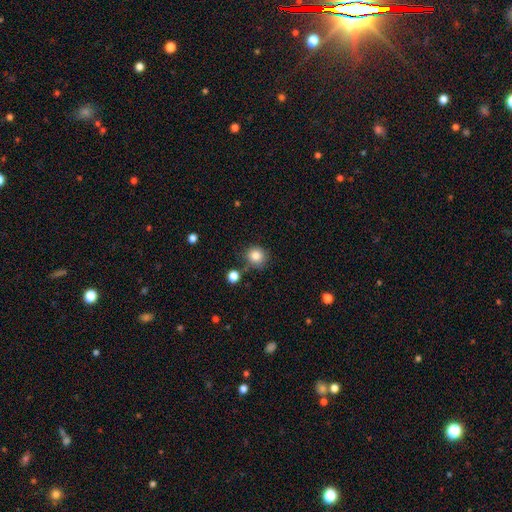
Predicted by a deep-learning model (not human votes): Smooth or featured?
  - smooth: 84% *
  - star or artifact: 10%
  - featured or disk: 6%
How rounded?
  - round: 86% *
  - in between: 13%
  - cigar-shaped: 1%
Merging?
  - none: 74% *
  - minor disturbance: 14%
  - merger: 7%
  - major disturbance: 4%